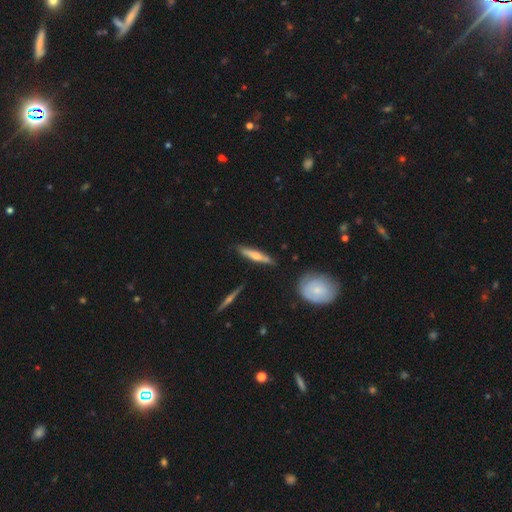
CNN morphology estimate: This appears to be a featured or disk galaxy (50%) viewed edge-on (94%). Merging: none (85%).